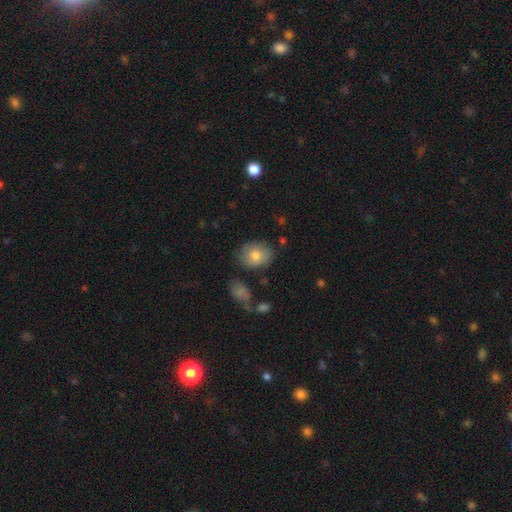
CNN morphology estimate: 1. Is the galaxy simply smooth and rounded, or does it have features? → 76% smooth, 15% featured or disk, 8% star or artifact.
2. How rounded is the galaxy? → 50% round, 49% in between, 1% cigar-shaped.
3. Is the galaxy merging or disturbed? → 78% none, 15% minor disturbance, 4% major disturbance, 3% merger.